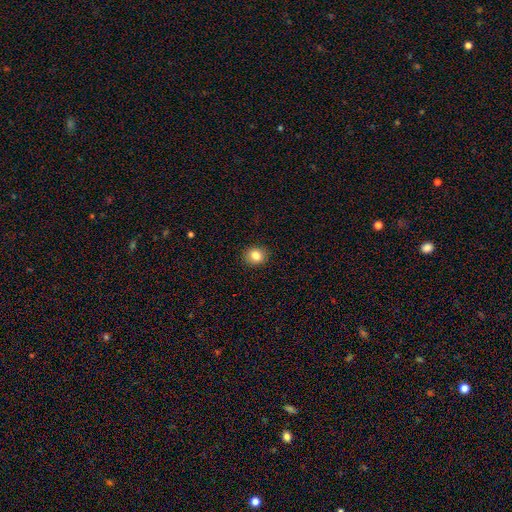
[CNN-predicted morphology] This is clearly a smooth galaxy (83%). How rounded: likely round (74%). Merging: clearly none (91%).